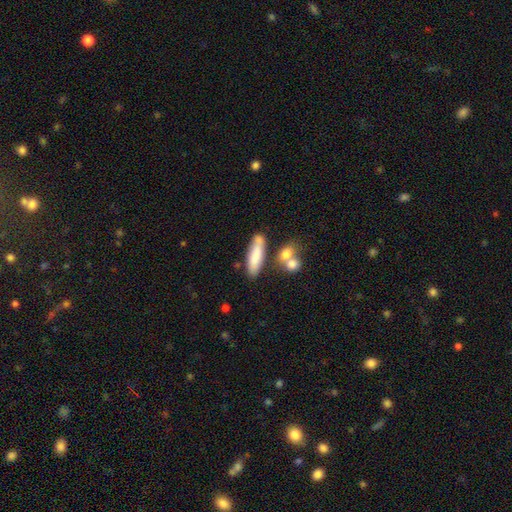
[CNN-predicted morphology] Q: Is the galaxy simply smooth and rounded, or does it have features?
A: smooth — 77%.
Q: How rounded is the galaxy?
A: cigar-shaped — 60%.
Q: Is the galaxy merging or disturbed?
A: none — 64%.